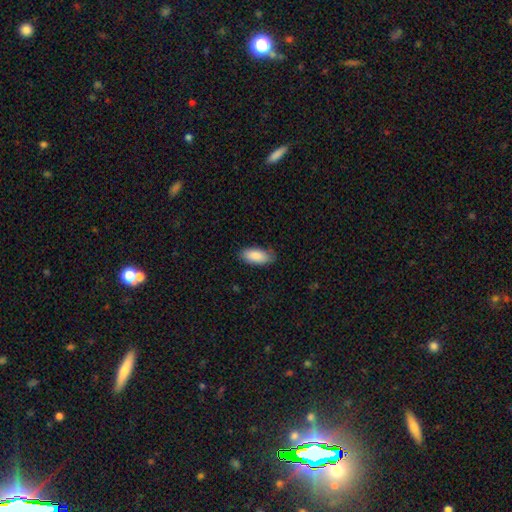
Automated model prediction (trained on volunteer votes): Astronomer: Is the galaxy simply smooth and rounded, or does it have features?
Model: smooth — 88%.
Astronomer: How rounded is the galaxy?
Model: in between — 89%.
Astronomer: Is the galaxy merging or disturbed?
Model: none — 81%.